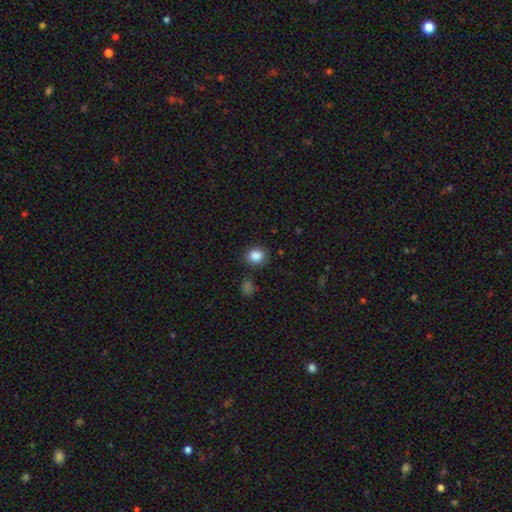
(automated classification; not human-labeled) smooth 87%, star or artifact 10%, featured or disk 4%. Down the decision tree: how rounded — round (63%); merging — none (82%).